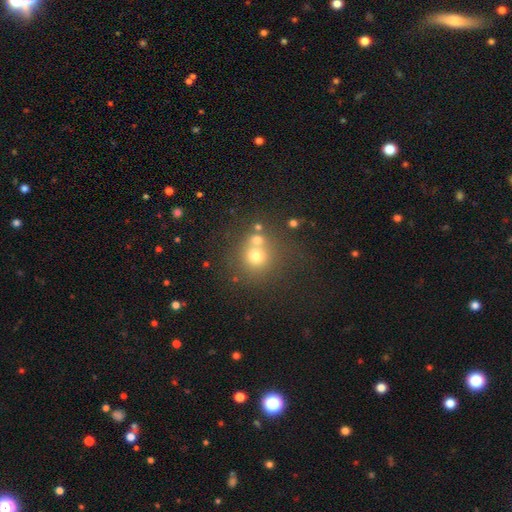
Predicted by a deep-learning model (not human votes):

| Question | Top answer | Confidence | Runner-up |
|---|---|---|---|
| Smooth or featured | smooth | 69% | star or artifact (16%) |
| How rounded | round | 87% | in between (12%) |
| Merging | none | 53% | merger (33%) |